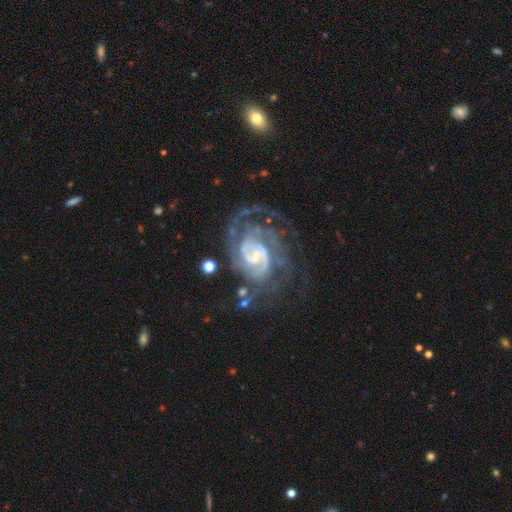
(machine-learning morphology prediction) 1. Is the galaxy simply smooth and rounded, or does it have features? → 91% featured or disk, 5% star or artifact, 4% smooth.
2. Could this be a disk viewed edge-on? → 98% no, 2% yes.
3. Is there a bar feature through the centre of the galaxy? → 48% weak, 37% no, 15% strong.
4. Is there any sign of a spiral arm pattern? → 98% yes, 2% no.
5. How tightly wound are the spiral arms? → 58% tight, 35% medium, 7% loose.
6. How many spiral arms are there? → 46% 2, 18% can't tell, 17% 3, 8% 4, 6% 1, 6% more than 4.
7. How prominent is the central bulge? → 62% small, 28% moderate, 5% none, 3% large, 1% dominant.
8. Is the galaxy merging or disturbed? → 59% none, 19% minor disturbance, 18% major disturbance, 3% merger.